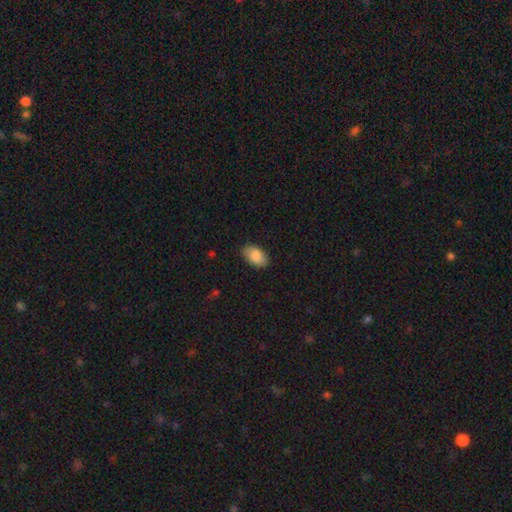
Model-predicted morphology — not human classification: Q: Smooth or featured?
A: smooth (88%); runner-up: star or artifact (6%)
Q: How rounded?
A: in between (93%); runner-up: round (6%)
Q: Merging?
A: none (84%); runner-up: minor disturbance (12%)